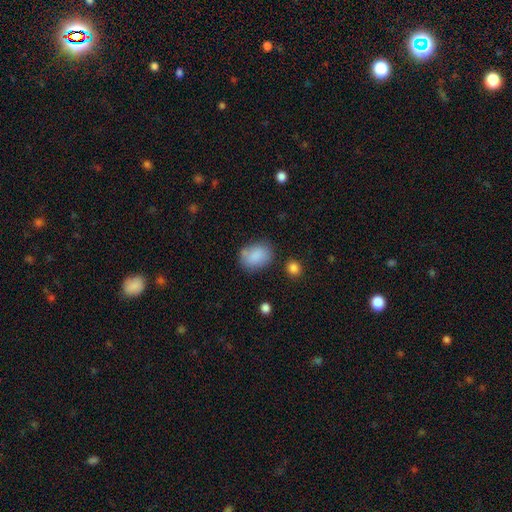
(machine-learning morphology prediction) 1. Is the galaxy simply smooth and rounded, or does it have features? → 85% smooth, 8% featured or disk, 8% star or artifact.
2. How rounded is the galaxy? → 67% in between, 32% round, 1% cigar-shaped.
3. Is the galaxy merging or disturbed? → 67% none, 20% minor disturbance, 7% merger, 6% major disturbance.